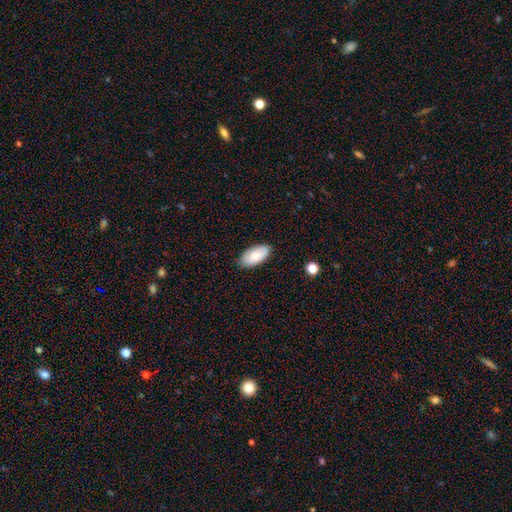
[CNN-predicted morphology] This appears to be a smooth galaxy with no disk features (84%) that is in between round and cigar-shaped (94%). Merging: none (84%).